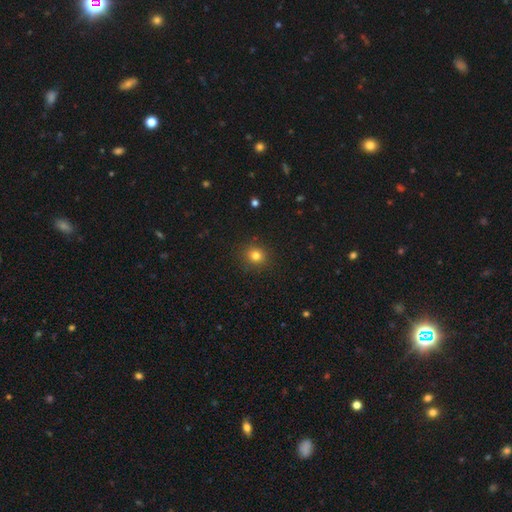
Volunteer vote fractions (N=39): smooth_or_featured: smooth (p=0.85) [alt: featured or disk p=0.13]
how_rounded: round (p=0.88) [alt: in between p=0.12]
merging: none (p=1.00)